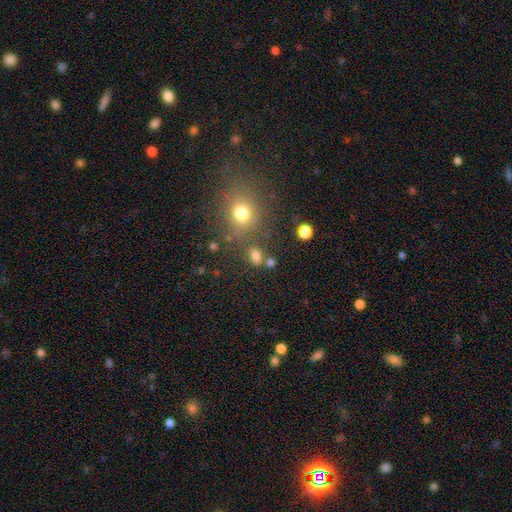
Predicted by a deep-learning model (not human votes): Smooth or featured: smooth — 76% (star or artifact — 17%)
How rounded: in between — 69% (round — 29%)
Merging: none — 65% (merger — 16%)